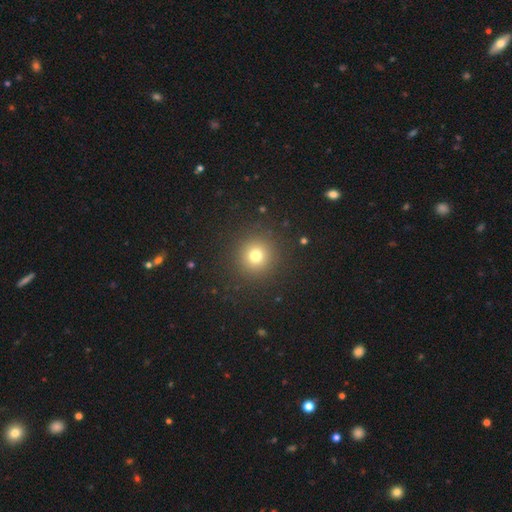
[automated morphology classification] Smooth or featured? Predicted: smooth (p=0.75). How rounded? Predicted: round (p=0.95). Merging? Predicted: none (p=0.91).